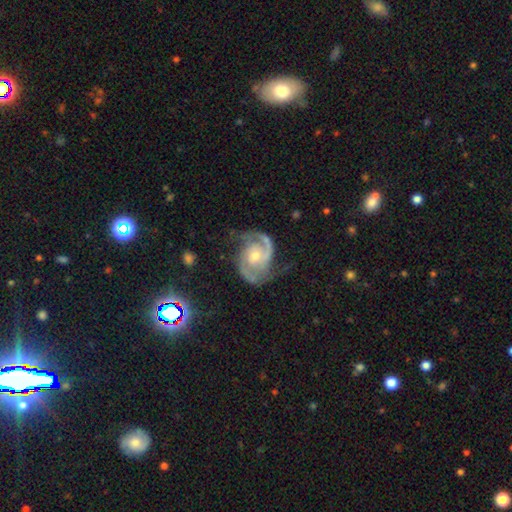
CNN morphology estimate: Smooth or featured: featured or disk — 90% (star or artifact — 5%)
Edge-on disk: no — 98% (yes — 2%)
Bar: no — 62% (weak — 31%)
Spiral arms: yes — 98% (no — 2%)
Spiral winding: medium — 54% (tight — 35%)
Spiral arm count: 2 — 87% (3 — 4%)
Bulge size: moderate — 56% (small — 36%)
Merging: none — 71% (minor disturbance — 19%)